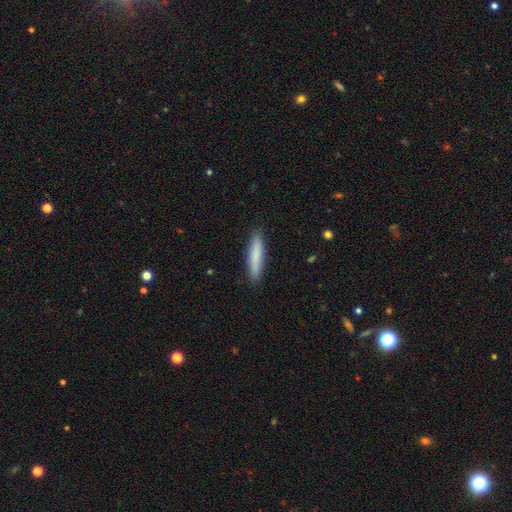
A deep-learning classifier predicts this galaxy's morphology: Smooth or featured? smooth (81%)
How rounded? cigar-shaped (86%)
Merging? none (89%)